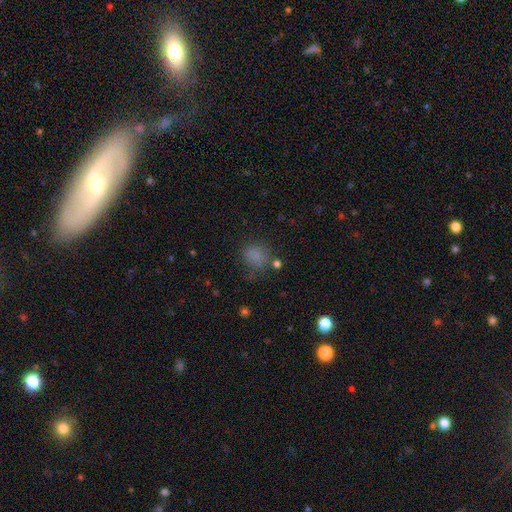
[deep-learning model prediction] smooth 77%, star or artifact 17%, featured or disk 6%. Down the decision tree: how rounded — round (64%); merging — none (66%).